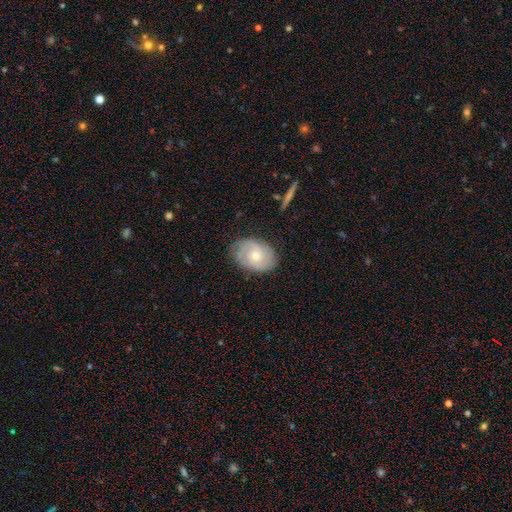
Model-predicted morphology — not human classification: A featured or disk galaxy (70%) with no bar (77%), tight (63%) spiral arms (90%) and a small central bulge (48%, tied with moderate). Merging: none (77%).